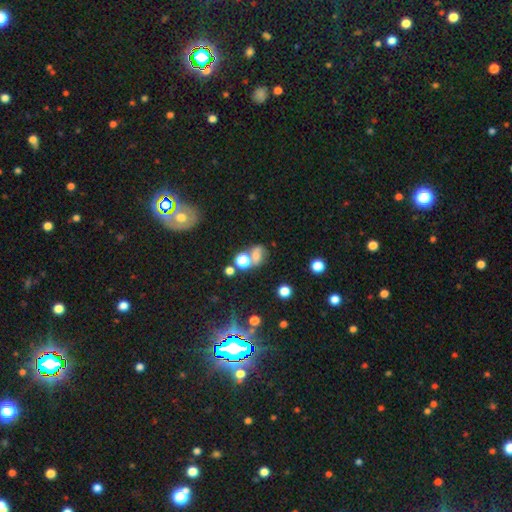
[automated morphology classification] Overall: smooth (49%; featured or disk 29%). Merging: none (39%; merger 33%).